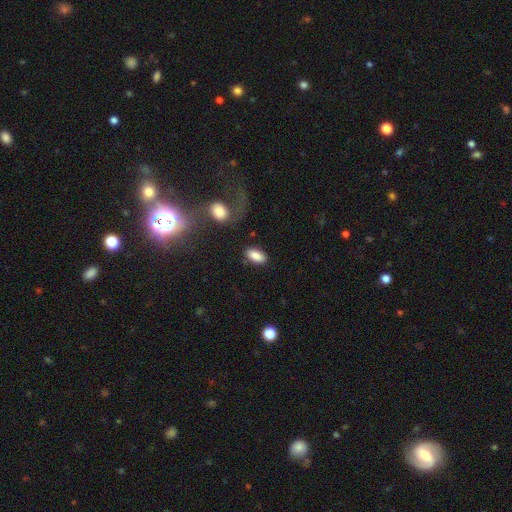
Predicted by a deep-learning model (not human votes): This appears to be a smooth galaxy with no disk features (86%) that is in between round and cigar-shaped (91%). Merging: none (83%).